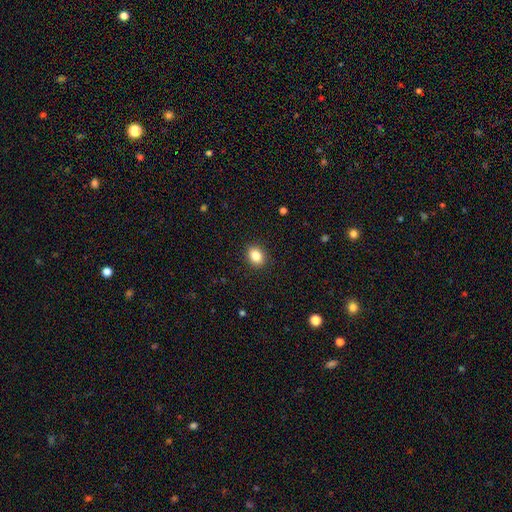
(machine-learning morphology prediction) Q: Smooth or featured?
A: smooth (85%); runner-up: star or artifact (10%)
Q: How rounded?
A: in between (58%); runner-up: round (41%)
Q: Merging?
A: none (90%); runner-up: minor disturbance (7%)